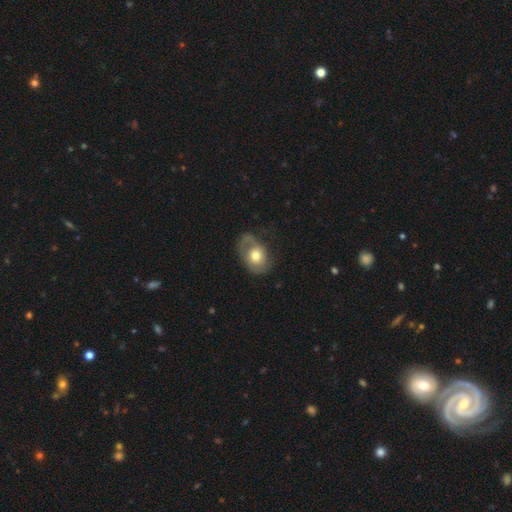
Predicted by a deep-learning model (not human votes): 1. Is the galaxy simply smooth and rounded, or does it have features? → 49% featured or disk, 44% smooth, 7% star or artifact.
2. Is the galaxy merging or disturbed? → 45% none, 27% minor disturbance, 26% major disturbance, 2% merger.